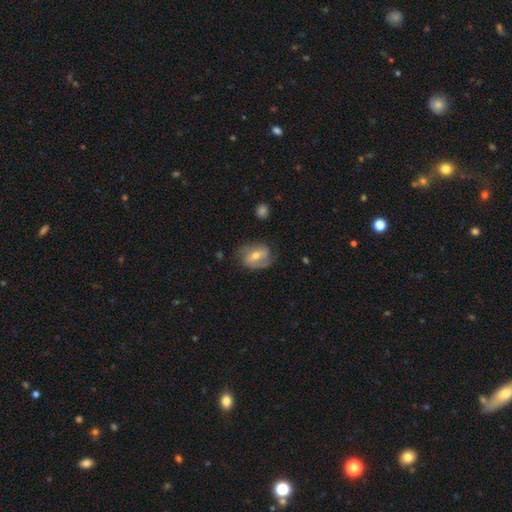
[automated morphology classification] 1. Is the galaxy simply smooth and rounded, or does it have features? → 73% featured or disk, 21% smooth, 6% star or artifact.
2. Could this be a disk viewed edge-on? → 96% no, 4% yes.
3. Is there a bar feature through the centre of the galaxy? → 43% weak, 34% strong, 23% no.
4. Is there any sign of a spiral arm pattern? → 88% yes, 12% no.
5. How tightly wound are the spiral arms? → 45% medium, 30% tight, 25% loose.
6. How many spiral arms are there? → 77% 2, 10% 1, 9% can't tell, 2% 3, 1% 4, 1% more than 4.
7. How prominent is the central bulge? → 64% moderate, 30% small, 3% large, 1% none, 1% dominant.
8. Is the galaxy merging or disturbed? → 69% none, 20% minor disturbance, 9% major disturbance, 2% merger.